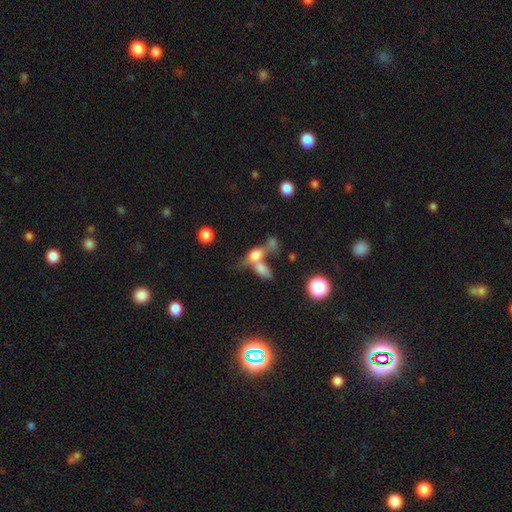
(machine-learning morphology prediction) This is likely a smooth galaxy (63%). How rounded: likely in between (67%). Merging: possibly merger (59%).